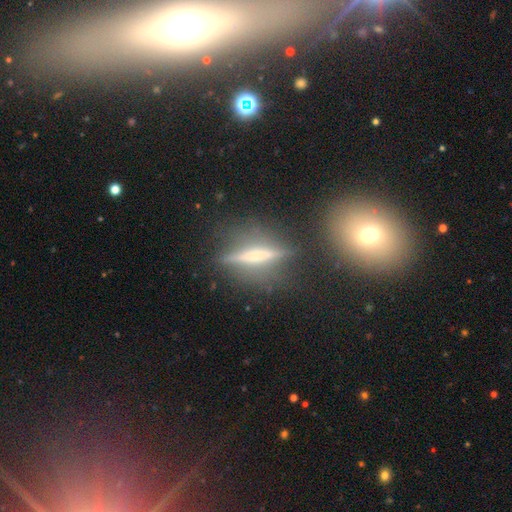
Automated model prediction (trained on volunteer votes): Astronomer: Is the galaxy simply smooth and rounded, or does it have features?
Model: featured or disk — 69%.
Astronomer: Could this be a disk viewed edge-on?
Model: yes — 93%.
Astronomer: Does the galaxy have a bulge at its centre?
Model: rounded — 48% (runner-up: none, 34%).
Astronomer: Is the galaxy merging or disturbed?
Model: none — 80%.